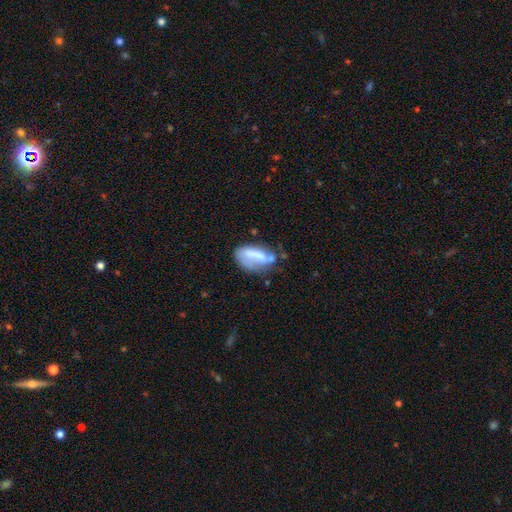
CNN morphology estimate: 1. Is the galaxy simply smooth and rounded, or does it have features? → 56% smooth, 36% featured or disk, 8% star or artifact.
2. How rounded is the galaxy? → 84% in between, 12% cigar-shaped, 4% round.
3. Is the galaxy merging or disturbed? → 34% none, 29% minor disturbance, 23% major disturbance, 14% merger.